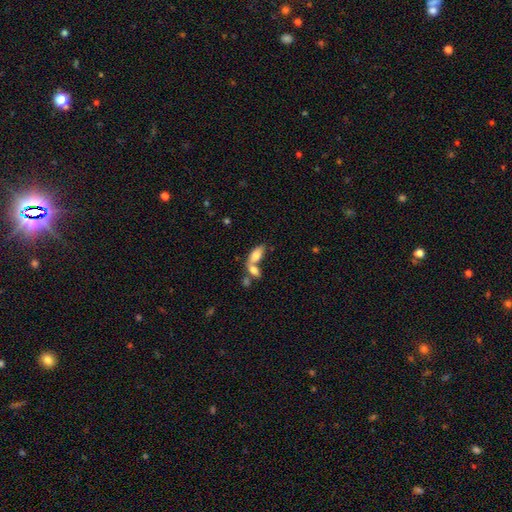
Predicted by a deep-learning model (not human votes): Morphology: type=smooth (76%); roundness=in between (87%); merging=merger (55%).